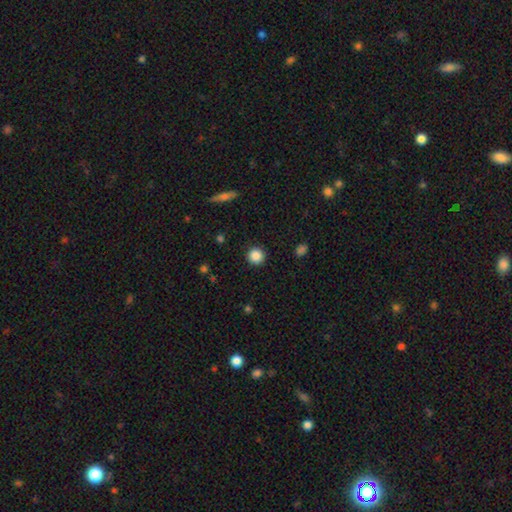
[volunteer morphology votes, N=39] Q: Smooth or featured?
A: smooth (79%); runner-up: featured or disk (10%)
Q: How rounded?
A: round (97%); runner-up: in between (3%)
Q: Merging?
A: none (89%); runner-up: major disturbance (6%)